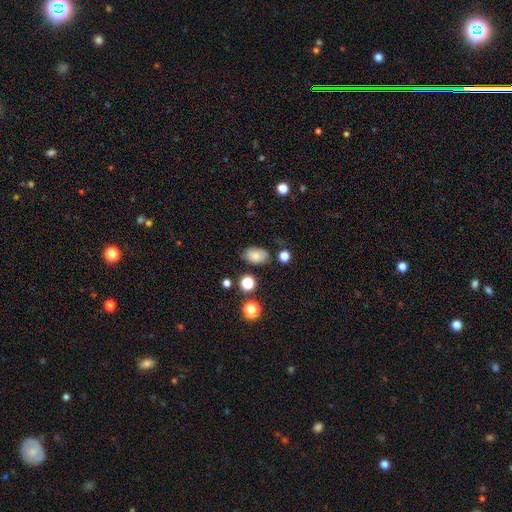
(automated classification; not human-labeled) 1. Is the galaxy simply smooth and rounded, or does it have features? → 78% smooth, 11% star or artifact, 11% featured or disk.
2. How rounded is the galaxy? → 87% in between, 12% round, 1% cigar-shaped.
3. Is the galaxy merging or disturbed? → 76% none, 16% minor disturbance, 5% major disturbance, 3% merger.